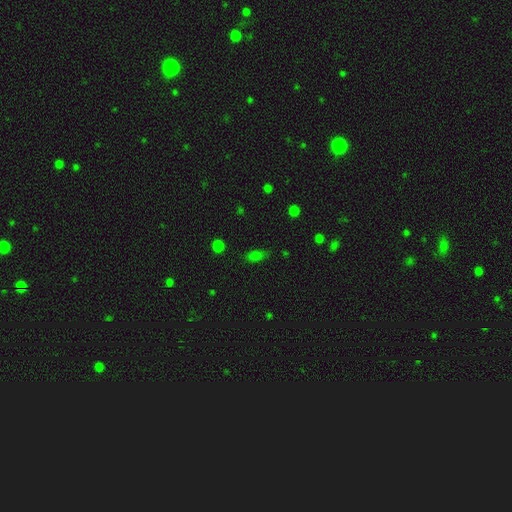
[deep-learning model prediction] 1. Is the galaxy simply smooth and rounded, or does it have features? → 71% smooth, 19% star or artifact, 10% featured or disk.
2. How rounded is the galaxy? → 79% in between, 12% cigar-shaped, 10% round.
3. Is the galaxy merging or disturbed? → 78% none, 16% minor disturbance, 5% major disturbance, 2% merger.